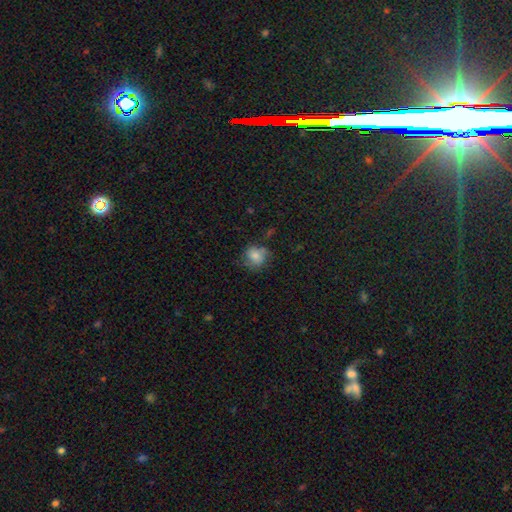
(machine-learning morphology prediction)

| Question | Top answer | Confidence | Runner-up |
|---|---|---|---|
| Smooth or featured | smooth | 74% | featured or disk (16%) |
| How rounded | round | 70% | in between (29%) |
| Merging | none | 56% | minor disturbance (27%) |